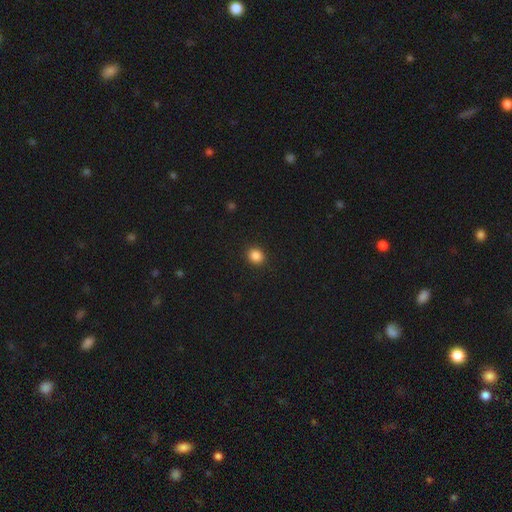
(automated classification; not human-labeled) smooth_or_featured: smooth (p=0.86) [alt: star or artifact p=0.10]
how_rounded: round (p=0.75) [alt: in between p=0.24]
merging: none (p=0.91) [alt: minor disturbance p=0.06]